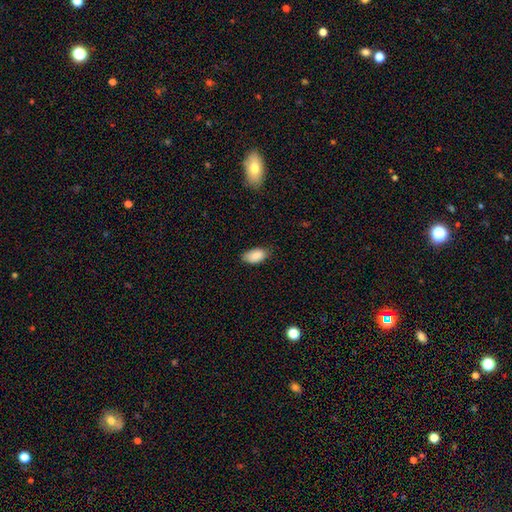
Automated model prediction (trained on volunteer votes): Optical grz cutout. It shows a smooth galaxy with no disk features (87%) that is in between round and cigar-shaped (94%). Merging: none (74%).